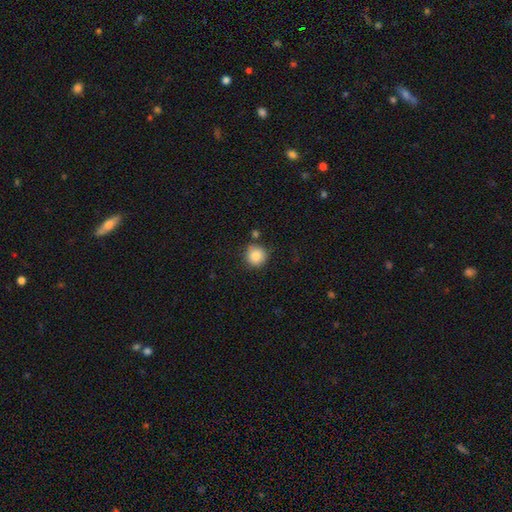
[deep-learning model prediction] Smooth or featured: smooth — 86% (star or artifact — 9%)
How rounded: round — 94% (in between — 5%)
Merging: none — 81% (minor disturbance — 11%)